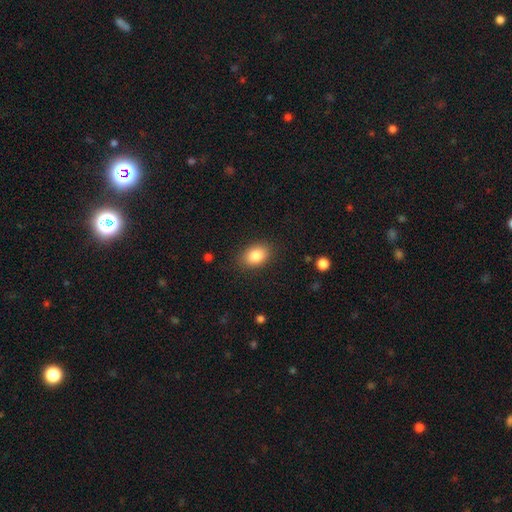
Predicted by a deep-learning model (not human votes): Smooth or featured? Predicted: smooth (p=0.85). How rounded? Predicted: in between (p=0.80). Merging? Predicted: none (p=0.86).